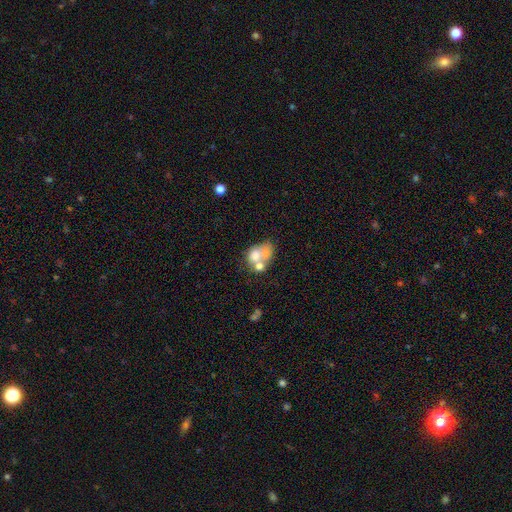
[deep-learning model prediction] smooth 56%, featured or disk 31%, star or artifact 12%. Down the decision tree: how rounded — in between (58%); merging — merger (57%).